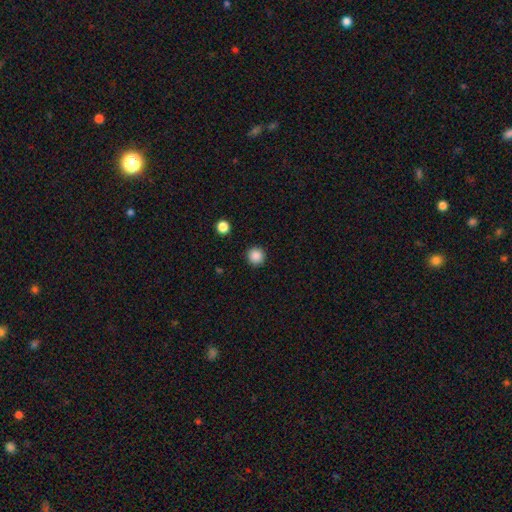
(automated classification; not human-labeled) Smooth or featured? smooth (88%)
How rounded? round (96%)
Merging? none (92%)